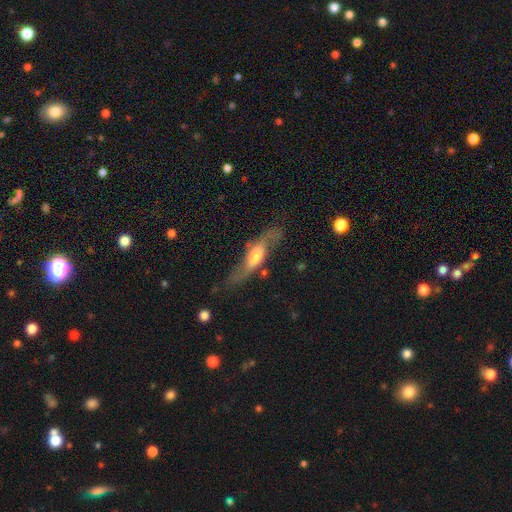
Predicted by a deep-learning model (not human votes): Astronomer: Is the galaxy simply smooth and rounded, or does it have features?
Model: featured or disk — 67%.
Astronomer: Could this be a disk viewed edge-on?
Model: no — 66%.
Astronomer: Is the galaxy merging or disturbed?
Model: none — 65%.